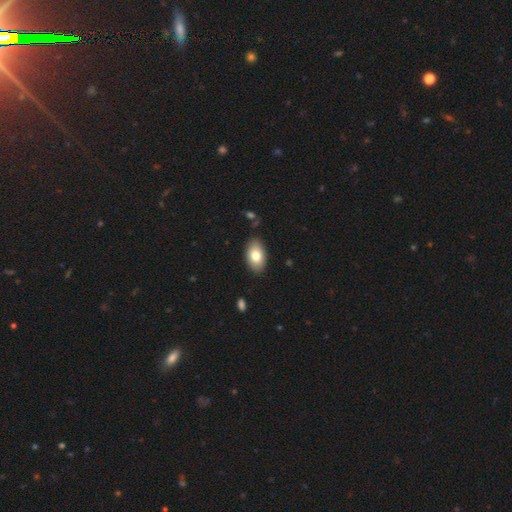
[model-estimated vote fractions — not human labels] Smooth or featured: smooth — 79% (featured or disk — 14%)
How rounded: in between — 93% (round — 6%)
Merging: none — 85% (minor disturbance — 11%)